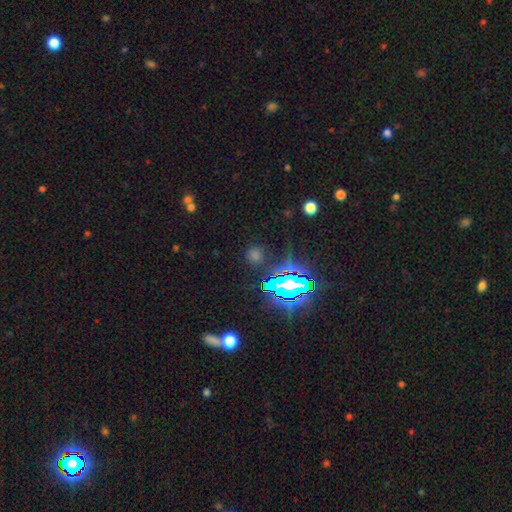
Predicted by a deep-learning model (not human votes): This appears to be a star or artifact, not a galaxy (62%).